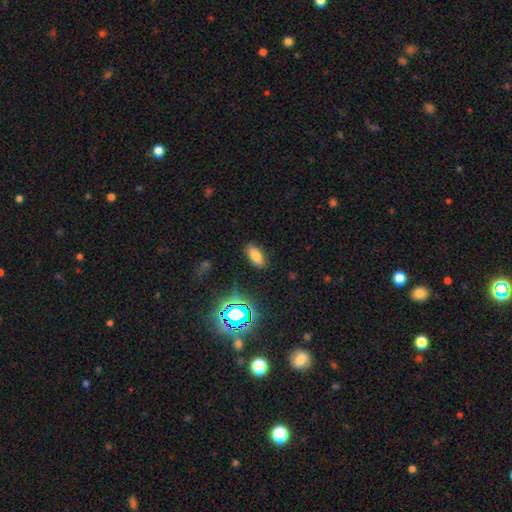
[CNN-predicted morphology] type=smooth (74%); roundness=in between (89%); merging=none (87%).